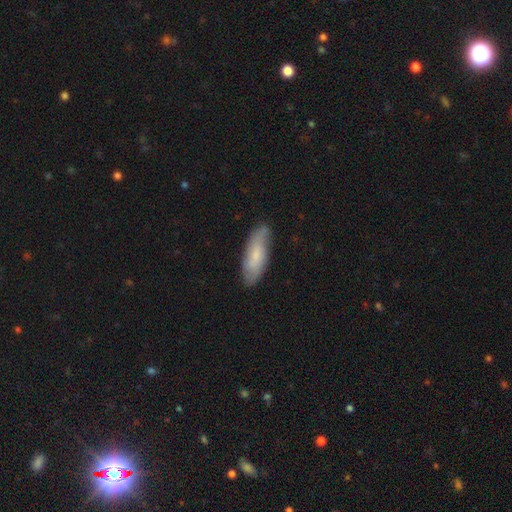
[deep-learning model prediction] smooth-or-featured: smooth: 62% | featured or disk: 32% | star or artifact: 7%
  how-rounded: in between: 57% | cigar-shaped: 41% | round: 2%
  merging: none: 79% | minor disturbance: 17% | major disturbance: 3% | merger: 1%